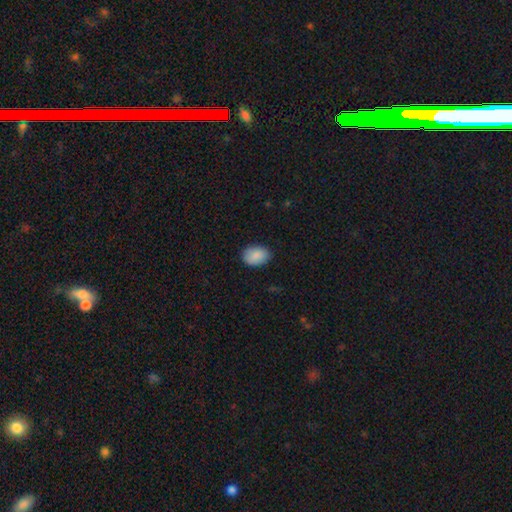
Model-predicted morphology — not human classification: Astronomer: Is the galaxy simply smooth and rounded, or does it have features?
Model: smooth — 88%.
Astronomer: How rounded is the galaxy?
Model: in between — 80%.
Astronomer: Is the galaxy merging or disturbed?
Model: none — 85%.